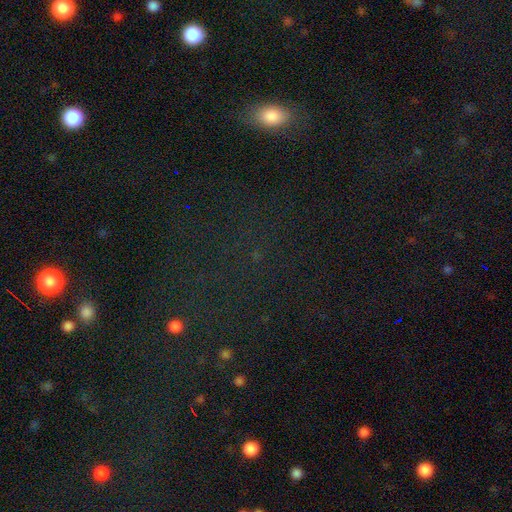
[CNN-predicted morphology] Q: Smooth or featured?
A: star or artifact (50%); runner-up: smooth (37%)